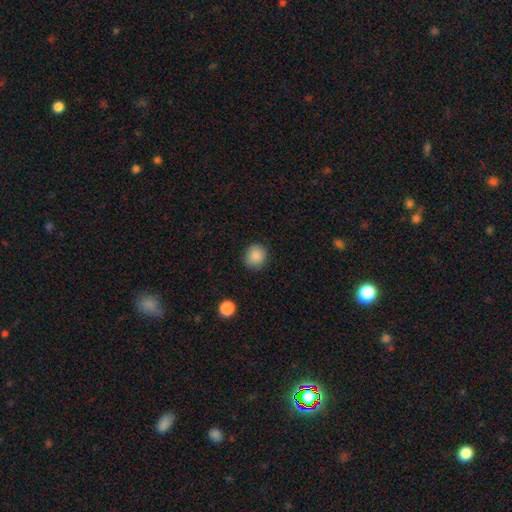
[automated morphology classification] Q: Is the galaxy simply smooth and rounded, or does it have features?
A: smooth — 88%.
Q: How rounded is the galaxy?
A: round — 84%.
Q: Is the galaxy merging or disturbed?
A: none — 87%.